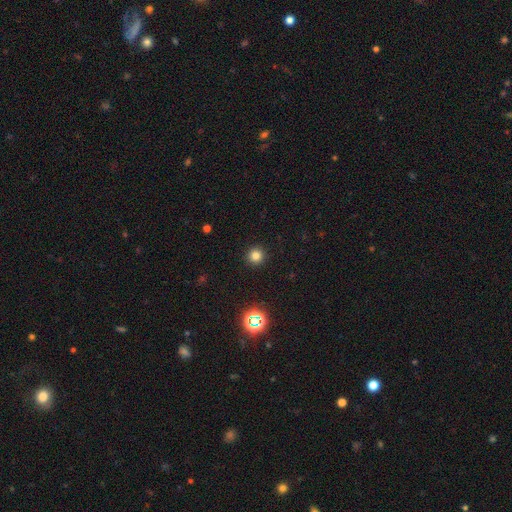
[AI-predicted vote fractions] smooth_or_featured: smooth (p=0.79) [alt: star or artifact p=0.16]
how_rounded: round (p=0.95) [alt: in between p=0.04]
merging: none (p=0.93) [alt: minor disturbance p=0.04]